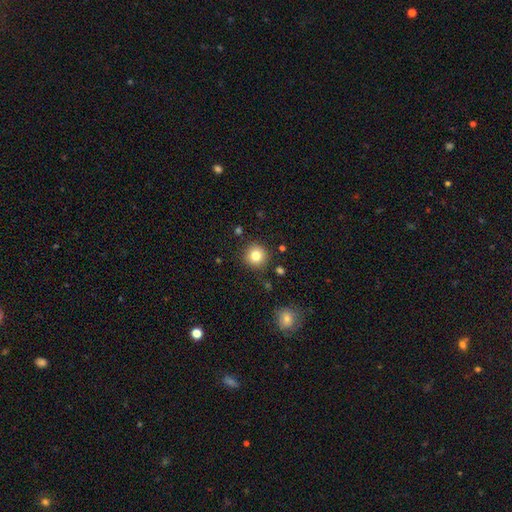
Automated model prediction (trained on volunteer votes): A smooth galaxy with no disk features (82%) that is round (94%).

Vote fractions:
- Smooth or featured? smooth: 82% / star or artifact: 10% / featured or disk: 7%
- How rounded? round: 94% / in between: 5% / cigar-shaped: 1%
- Merging? none: 88% / minor disturbance: 7% / major disturbance: 2% / merger: 2%